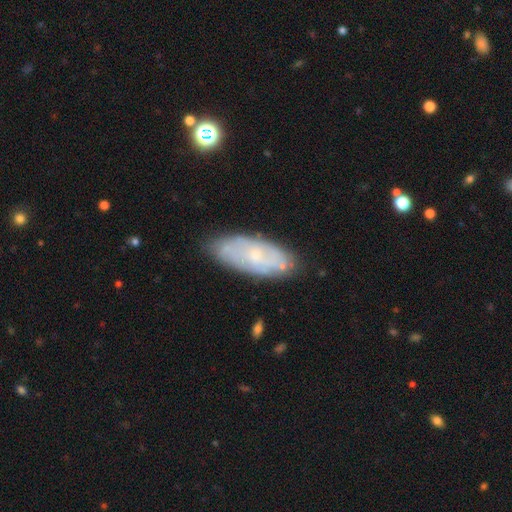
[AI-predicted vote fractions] featured or disk 59%, smooth 34%, star or artifact 7%. Down the decision tree: edge-on disk — no (88%); bar — no (79%); spiral arms — yes (65%); bulge size — small (73%); merging — none (76%).